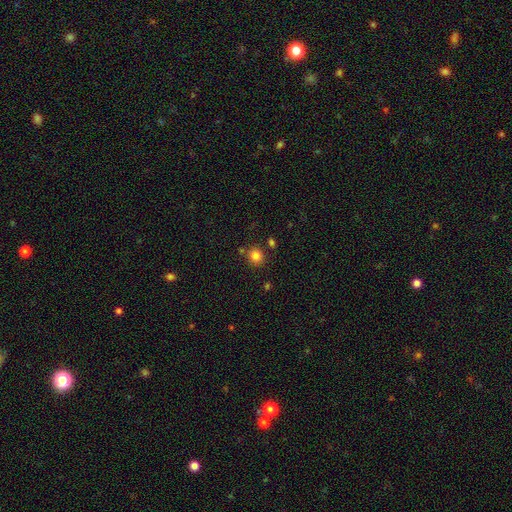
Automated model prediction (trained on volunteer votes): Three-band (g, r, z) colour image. It shows a smooth galaxy with no disk features (83%) that is round (84%). Merging: none (81%).